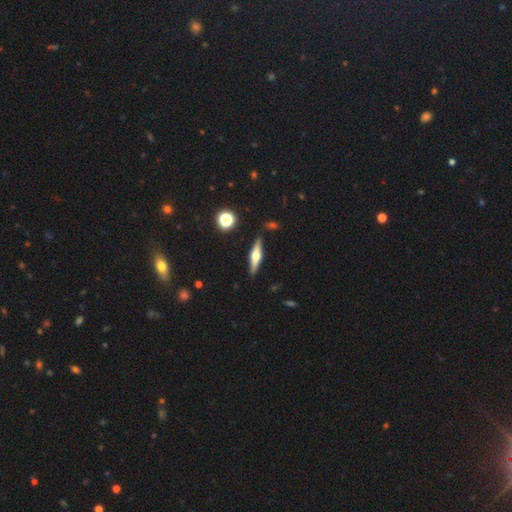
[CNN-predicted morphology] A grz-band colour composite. It shows a featured or disk galaxy (60%) viewed edge-on (95%) with a rounded central bulge (92%). Merging: none (87%).